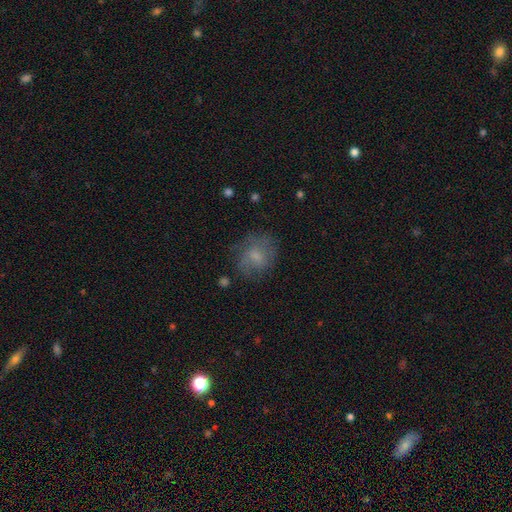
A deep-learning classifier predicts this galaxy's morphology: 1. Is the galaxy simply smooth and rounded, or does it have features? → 55% smooth, 35% featured or disk, 11% star or artifact.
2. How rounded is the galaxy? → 60% round, 39% in between, 1% cigar-shaped.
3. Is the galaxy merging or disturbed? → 61% none, 22% minor disturbance, 14% major disturbance, 2% merger.